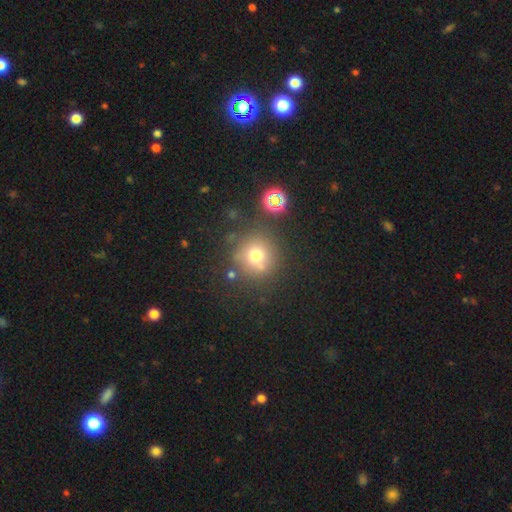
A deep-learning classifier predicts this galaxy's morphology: smooth 68%, star or artifact 20%, featured or disk 13%. Down the decision tree: how rounded — round (92%); merging — none (75%).